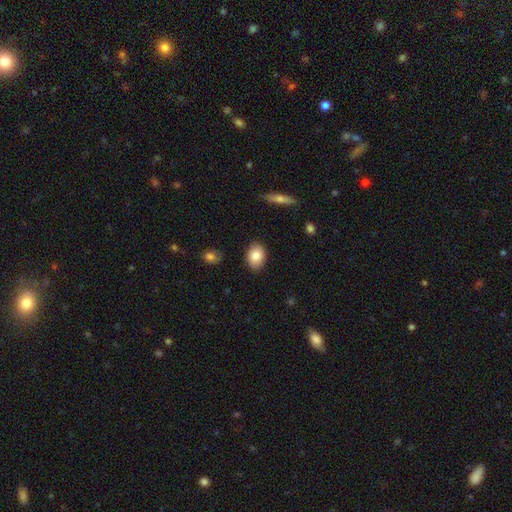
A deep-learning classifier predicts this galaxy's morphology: This appears to be a smooth galaxy with no disk features (84%) that is in between round and cigar-shaped (79%). Merging: none (88%).